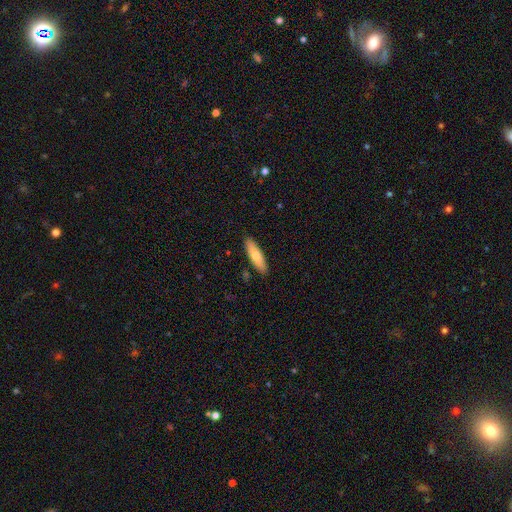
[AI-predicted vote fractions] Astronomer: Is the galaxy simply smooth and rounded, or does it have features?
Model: smooth — 69%.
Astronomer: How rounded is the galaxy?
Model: cigar-shaped — 60% (runner-up: in between, 38%).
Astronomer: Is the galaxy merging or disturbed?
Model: none — 89%.